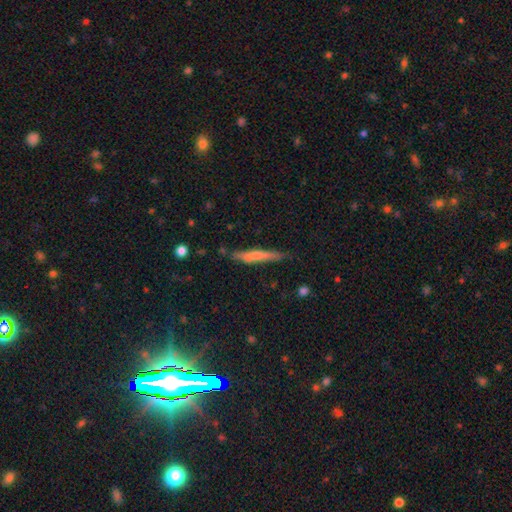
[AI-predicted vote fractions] Q: Smooth or featured?
A: smooth (56%); runner-up: featured or disk (37%)
Q: How rounded?
A: cigar-shaped (94%); runner-up: in between (5%)
Q: Merging?
A: none (76%); runner-up: minor disturbance (16%)